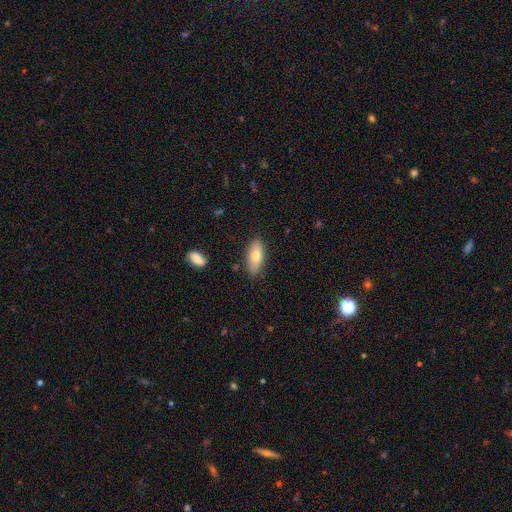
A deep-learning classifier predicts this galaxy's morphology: A smooth galaxy with no disk features (74%) that is in between round and cigar-shaped (81%).

Vote fractions:
- Smooth or featured? smooth: 74% / featured or disk: 20% / star or artifact: 6%
- How rounded? in between: 81% / cigar-shaped: 16% / round: 3%
- Merging? none: 83% / minor disturbance: 13% / major disturbance: 2% / merger: 2%